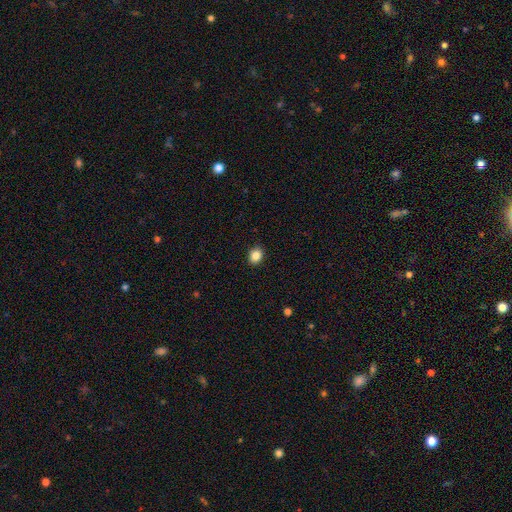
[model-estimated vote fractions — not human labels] Smooth or featured? Predicted: smooth (p=0.86). How rounded? Predicted: round (p=0.55). Merging? Predicted: none (p=0.91).